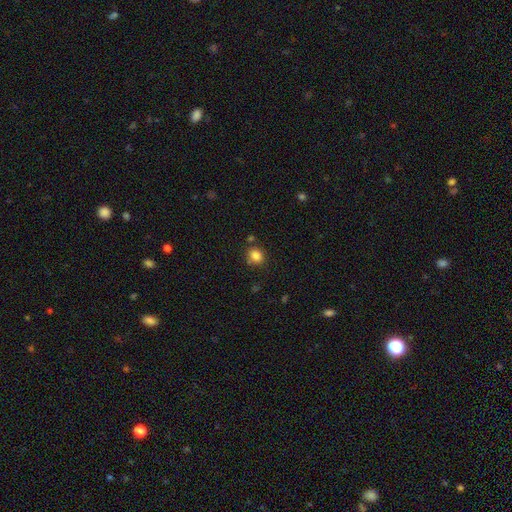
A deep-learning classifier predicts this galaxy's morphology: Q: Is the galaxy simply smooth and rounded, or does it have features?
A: smooth — 84%.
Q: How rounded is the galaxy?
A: round — 72%.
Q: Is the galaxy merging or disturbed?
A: none — 79%.